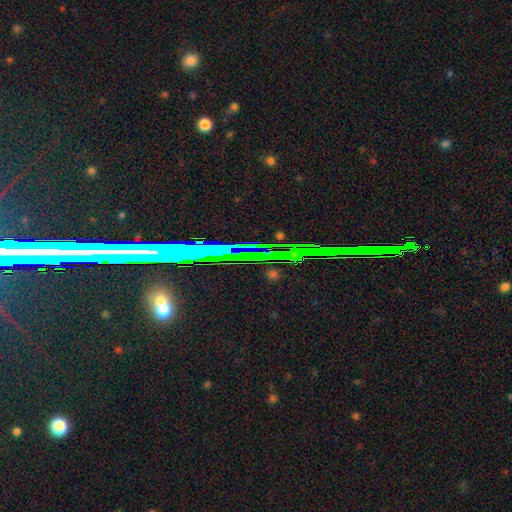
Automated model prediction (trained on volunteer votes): Smooth or featured?
  - star or artifact: 76% *
  - featured or disk: 14%
  - smooth: 10%